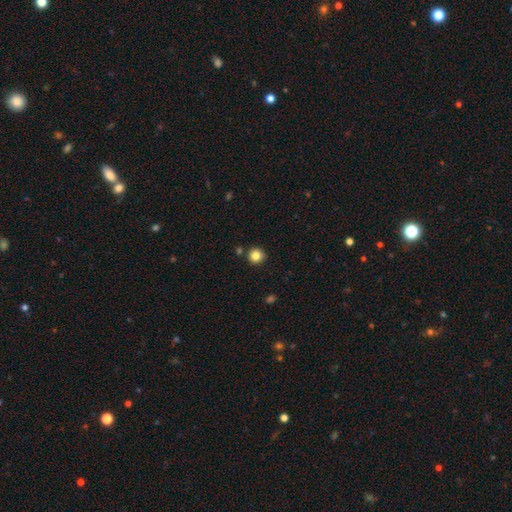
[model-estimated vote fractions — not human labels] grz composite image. It shows a smooth galaxy with no disk features (85%) that is round (94%). Merging: none (87%).